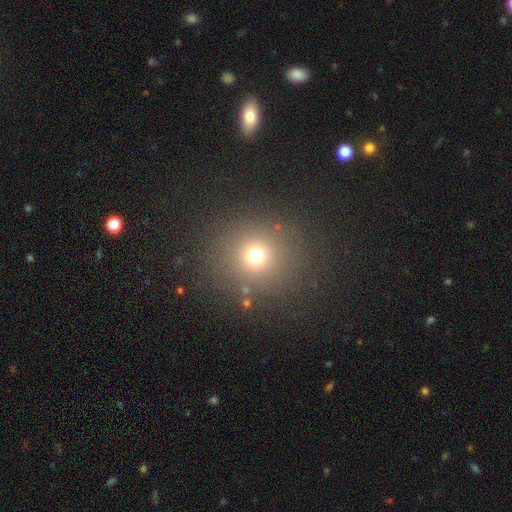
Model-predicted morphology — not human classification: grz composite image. It shows a smooth galaxy with no disk features (70%) that is round (92%). Merging: none (85%).